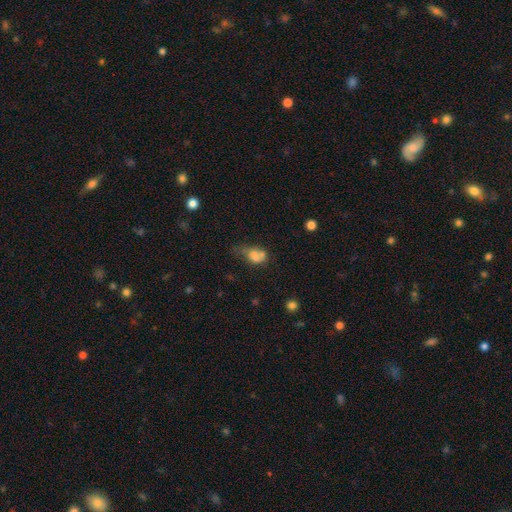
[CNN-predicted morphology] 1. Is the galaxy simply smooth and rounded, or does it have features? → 67% smooth, 21% featured or disk, 13% star or artifact.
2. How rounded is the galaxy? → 71% in between, 26% round, 2% cigar-shaped.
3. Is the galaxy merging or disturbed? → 27% minor disturbance, 25% major disturbance, 24% merger, 24% none.